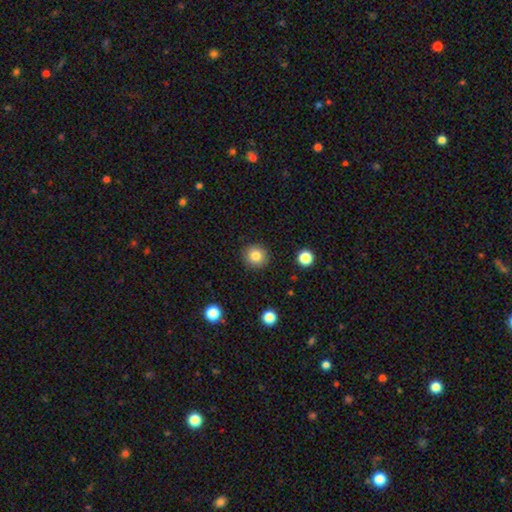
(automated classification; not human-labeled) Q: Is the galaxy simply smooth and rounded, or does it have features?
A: smooth — 83%.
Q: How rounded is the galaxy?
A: round — 91%.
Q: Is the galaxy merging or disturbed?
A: none — 90%.